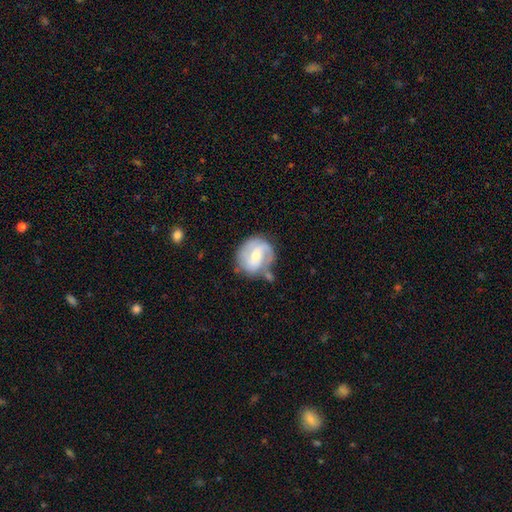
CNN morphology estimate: type=featured or disk (71%); edge-on=no (97%); bar=weak (49%); spiral arms=yes (88%); winding=medium (45%); arm count=2 (66%); bulge=moderate (51%); merging=none (57%).